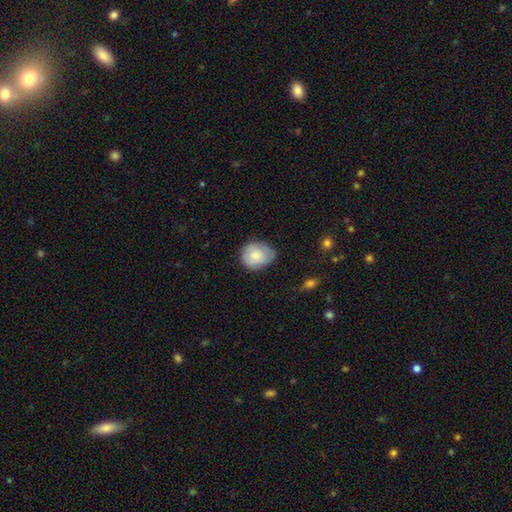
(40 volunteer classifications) smooth_or_featured: smooth (p=0.72) [alt: featured or disk p=0.17]
how_rounded: round (p=0.62) [alt: in between p=0.38]
merging: minor disturbance (p=0.53) [alt: none p=0.33]